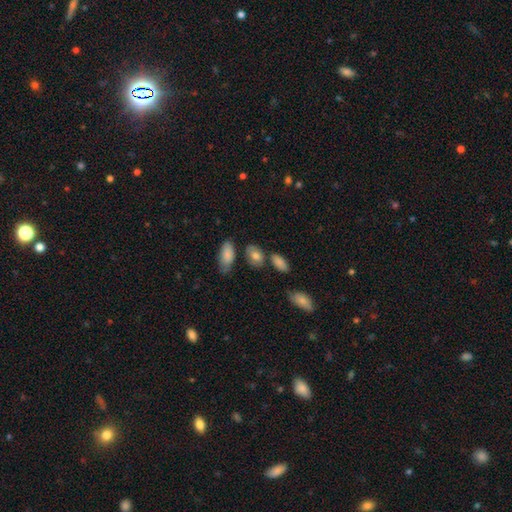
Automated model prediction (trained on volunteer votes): Smooth or featured? smooth (78%)
How rounded? in between (82%)
Merging? none (70%)